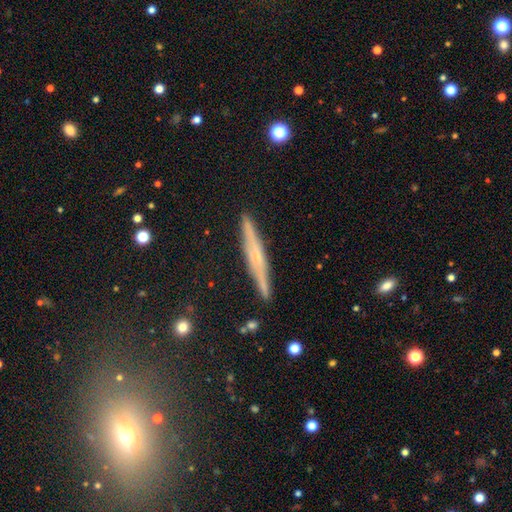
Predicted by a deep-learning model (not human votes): Smooth or featured?
  - featured or disk: 61% *
  - smooth: 31%
  - star or artifact: 8%
Edge-on disk?
  - yes: 95% *
  - no: 5%
Edge-on bulge?
  - rounded: 57% *
  - none: 35%
  - boxy: 8%
Merging?
  - none: 88% *
  - minor disturbance: 9%
  - major disturbance: 2%
  - merger: 2%